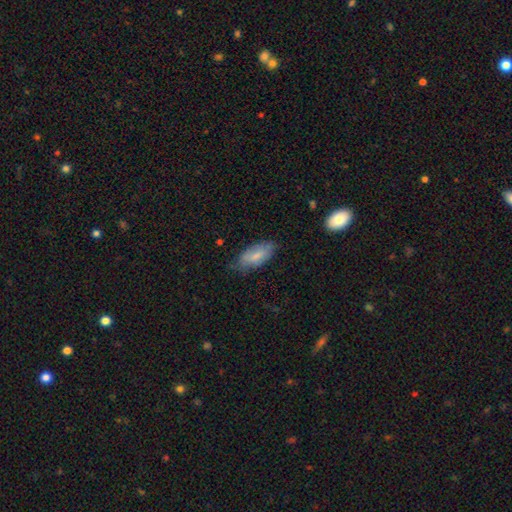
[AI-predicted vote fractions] The model was most divided on "merging": none: 68%, minor disturbance: 25%, major disturbance: 5%, merger: 1%. More confident: how rounded — in between (85%); smooth or featured — smooth (73%).